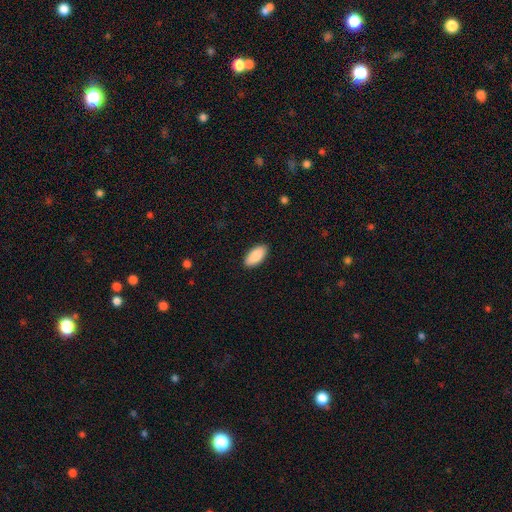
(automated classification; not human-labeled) Q: Smooth or featured?
A: smooth (89%); runner-up: star or artifact (6%)
Q: How rounded?
A: in between (92%); runner-up: cigar-shaped (6%)
Q: Merging?
A: none (90%); runner-up: minor disturbance (7%)